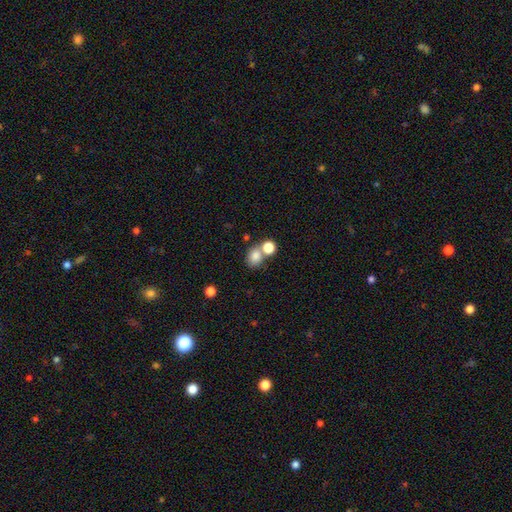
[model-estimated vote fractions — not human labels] This is clearly a smooth galaxy (80%). How rounded: likely round (64%). Merging: possibly none (50%).